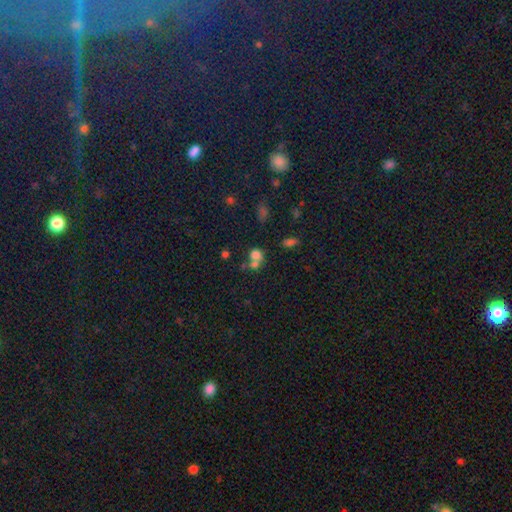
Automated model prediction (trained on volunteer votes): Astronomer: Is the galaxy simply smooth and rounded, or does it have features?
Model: smooth — 70%.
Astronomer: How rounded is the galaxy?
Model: round — 69%.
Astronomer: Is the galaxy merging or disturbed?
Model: merger — 55% (runner-up: none, 33%).